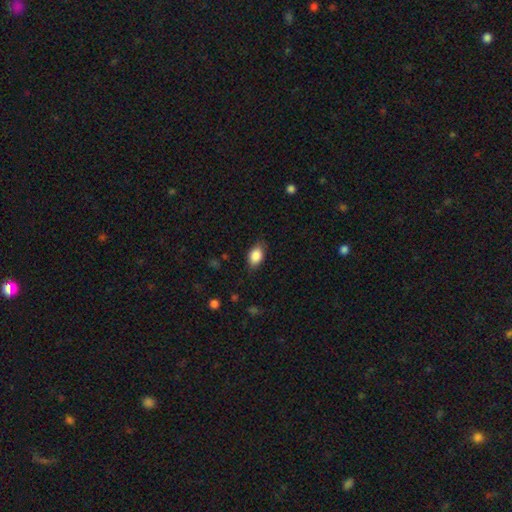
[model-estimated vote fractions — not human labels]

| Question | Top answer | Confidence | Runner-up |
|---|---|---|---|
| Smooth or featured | smooth | 87% | star or artifact (7%) |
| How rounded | in between | 87% | round (11%) |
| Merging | none | 79% | minor disturbance (16%) |